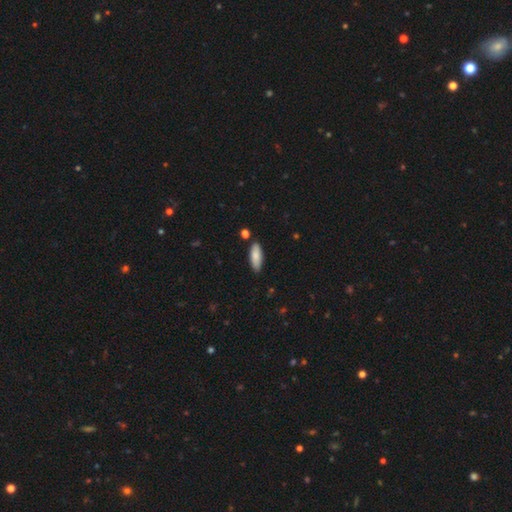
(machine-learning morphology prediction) Q: Smooth or featured?
A: smooth (85%); runner-up: featured or disk (9%)
Q: How rounded?
A: in between (70%); runner-up: cigar-shaped (28%)
Q: Merging?
A: none (84%); runner-up: minor disturbance (11%)